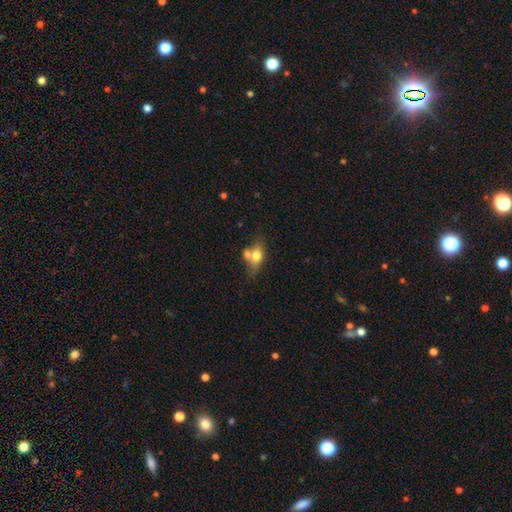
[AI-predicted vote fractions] This is likely a smooth galaxy (70%). How rounded: likely in between (76%). Merging: marginally none (41%).